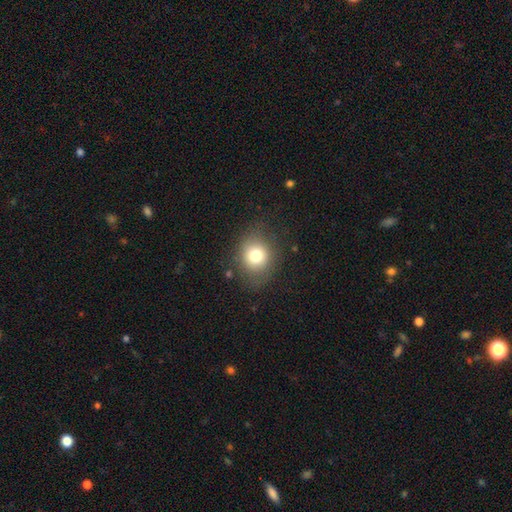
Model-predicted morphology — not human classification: type=smooth (76%); roundness=round (72%); merging=none (79%).